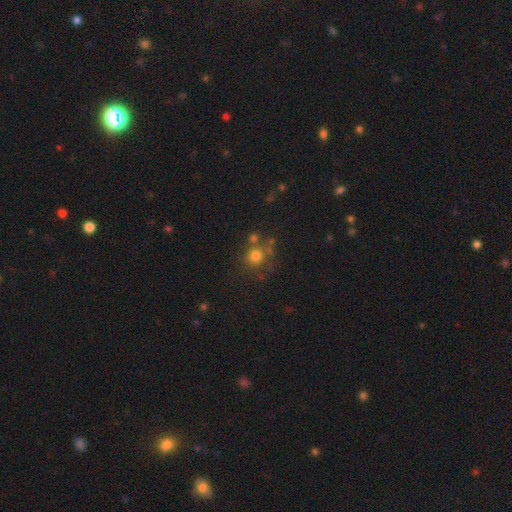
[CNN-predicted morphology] The model was most divided on "merging": none: 66%, merger: 16%, minor disturbance: 12%, major disturbance: 6%. More confident: how rounded — round (91%); smooth or featured — smooth (74%).